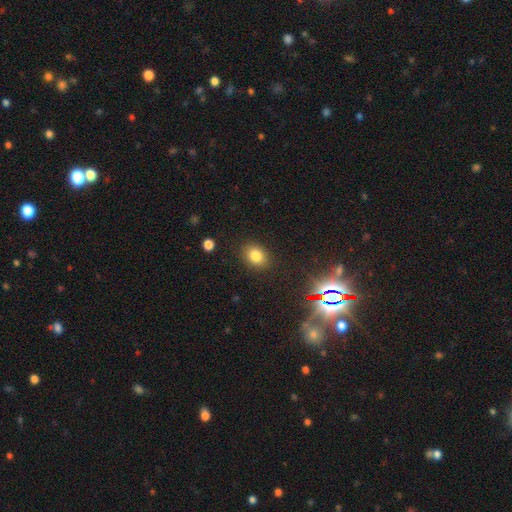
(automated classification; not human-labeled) A smooth galaxy with no disk features (79%) that is in between round and cigar-shaped (57%). Merging: none (87%).